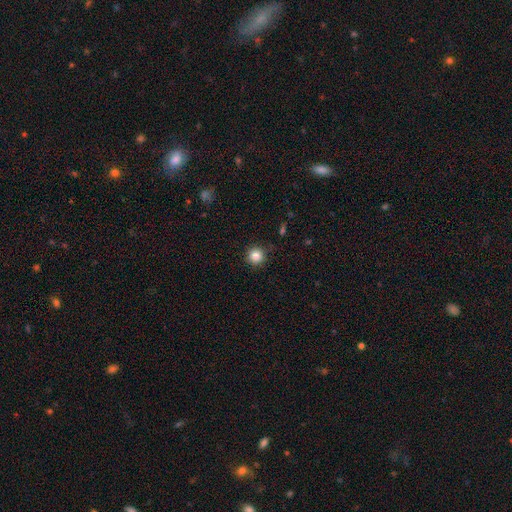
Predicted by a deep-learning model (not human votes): Smooth or featured? Predicted: smooth (p=0.86). How rounded? Predicted: round (p=0.95). Merging? Predicted: none (p=0.89).